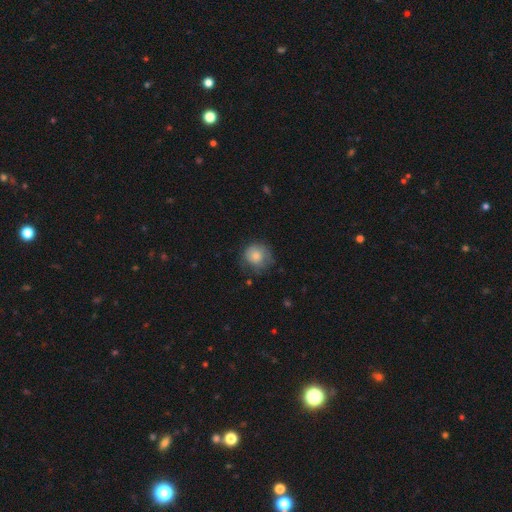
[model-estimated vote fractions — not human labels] smooth-or-featured: smooth: 76% | featured or disk: 16% | star or artifact: 8%
  how-rounded: round: 88% | in between: 11% | cigar-shaped: 1%
  merging: none: 59% | minor disturbance: 28% | major disturbance: 11% | merger: 2%